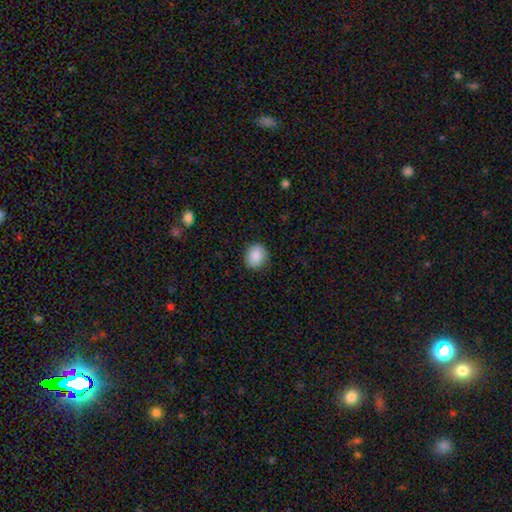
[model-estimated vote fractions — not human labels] Morphology: type=smooth (86%); roundness=round (69%); merging=none (84%).